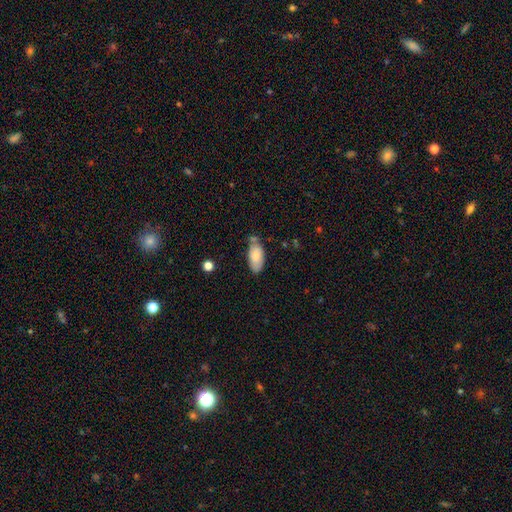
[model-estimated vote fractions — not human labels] Overall: smooth (80%). How rounded: in between (92%). Merging: none (57%; minor disturbance 25%).